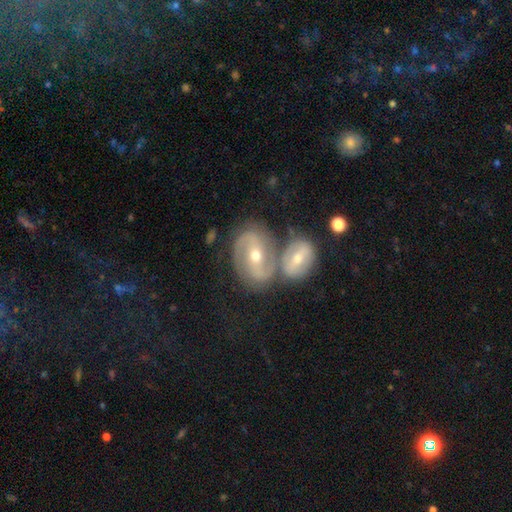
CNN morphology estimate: smooth-or-featured: featured or disk: 81% | smooth: 13% | star or artifact: 6%
  disk-edge-on: no: 96% | yes: 4%
    bar: weak: 38% | no: 32% | strong: 30%
    has-spiral-arms: yes: 92% | no: 8%
      spiral-winding: medium: 51% | tight: 32% | loose: 17%
      spiral-arm-count: 2: 85% | can't tell: 6% | 3: 3% | 1: 2% | 4: 1% | more than 4: 1%
    bulge-size: moderate: 61% | small: 36% | large: 2% | none: 1% | dominant: 1%
  merging: merger: 45% | none: 40% | minor disturbance: 11% | major disturbance: 5%